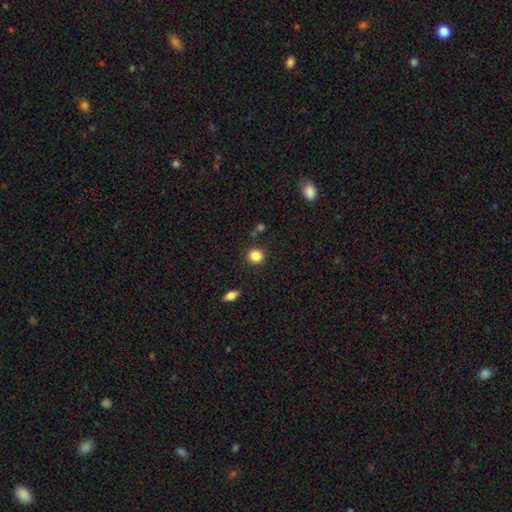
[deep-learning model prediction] A smooth galaxy with no disk features (85%) that is round (91%). Merging: none (87%).